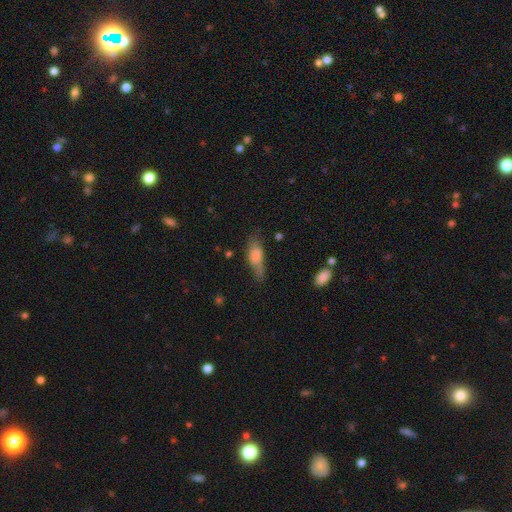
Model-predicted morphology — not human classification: Smooth or featured: smooth — 70% (featured or disk — 23%)
How rounded: in between — 54% (cigar-shaped — 43%)
Merging: none — 52% (minor disturbance — 32%)